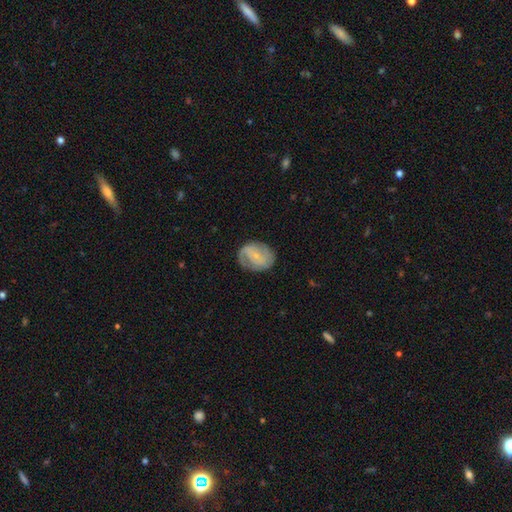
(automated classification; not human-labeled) Smooth or featured: featured or disk — 64% (smooth — 30%)
Edge-on disk: no — 97% (yes — 3%)
Bar: no — 48% (weak — 38%)
Spiral arms: yes — 85% (no — 15%)
Spiral winding: tight — 41% (medium — 40%)
Spiral arm count: 2 — 61% (can't tell — 21%)
Bulge size: small — 72% (moderate — 18%)
Merging: none — 70% (minor disturbance — 20%)